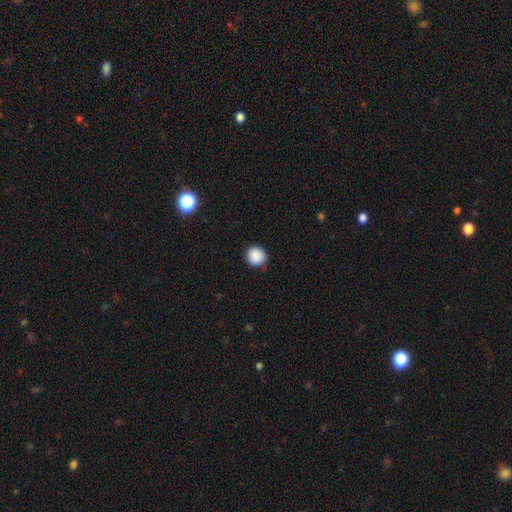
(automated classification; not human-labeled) smooth 89%, star or artifact 9%, featured or disk 3%. Down the decision tree: how rounded — round (94%); merging — none (90%).